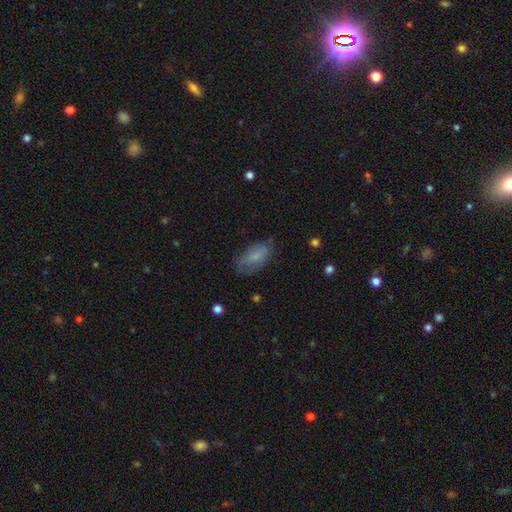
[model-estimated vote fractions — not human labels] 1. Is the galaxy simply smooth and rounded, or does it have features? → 70% smooth, 22% featured or disk, 9% star or artifact.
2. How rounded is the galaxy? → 90% in between, 6% cigar-shaped, 4% round.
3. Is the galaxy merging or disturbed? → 61% none, 27% minor disturbance, 11% major disturbance, 2% merger.